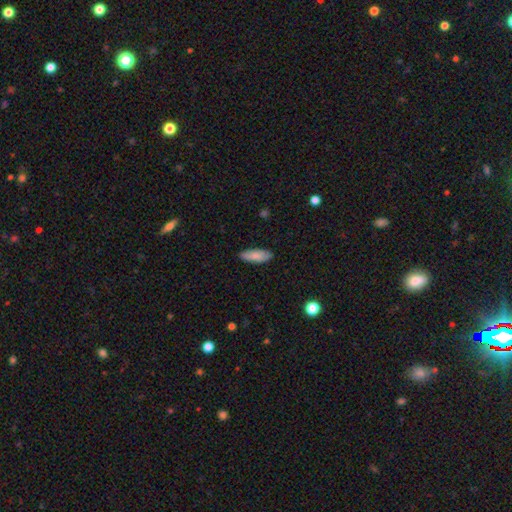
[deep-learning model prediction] Smooth or featured?
  - smooth: 84% *
  - featured or disk: 10%
  - star or artifact: 6%
How rounded?
  - in between: 67% *
  - cigar-shaped: 31%
  - round: 2%
Merging?
  - none: 87% *
  - minor disturbance: 10%
  - major disturbance: 2%
  - merger: 1%